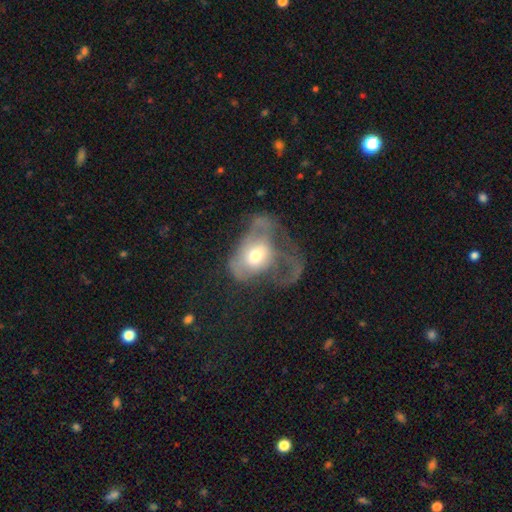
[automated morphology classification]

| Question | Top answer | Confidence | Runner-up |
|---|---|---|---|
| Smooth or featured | featured or disk | 51% | smooth (40%) |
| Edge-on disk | no | 94% | yes (6%) |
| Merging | major disturbance | 67% | none (14%) |